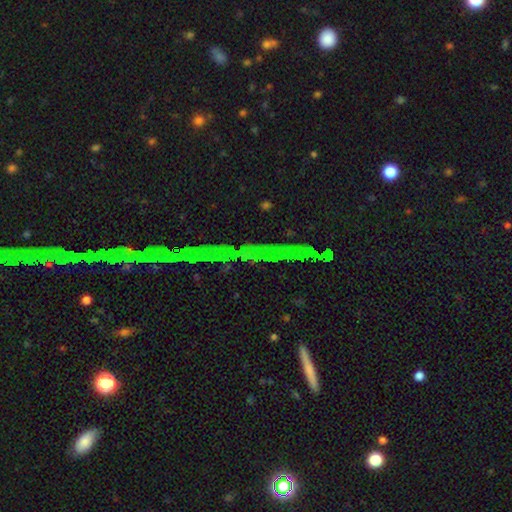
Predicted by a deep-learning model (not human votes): Overall: star or artifact (79%).